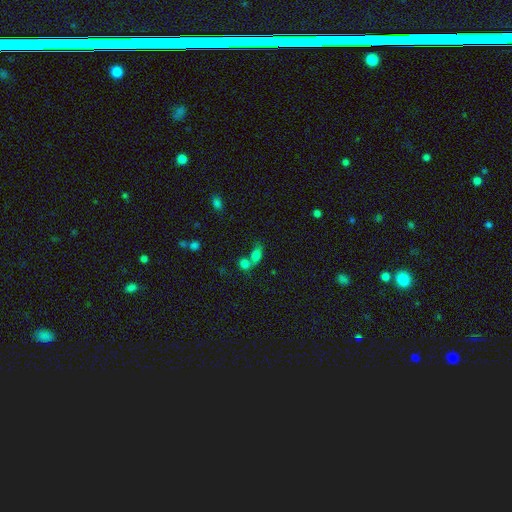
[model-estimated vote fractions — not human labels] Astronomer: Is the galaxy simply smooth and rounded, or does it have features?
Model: smooth — 77%.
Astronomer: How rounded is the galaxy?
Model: in between — 72%.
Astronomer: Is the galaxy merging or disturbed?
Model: merger — 54% (runner-up: none, 31%).